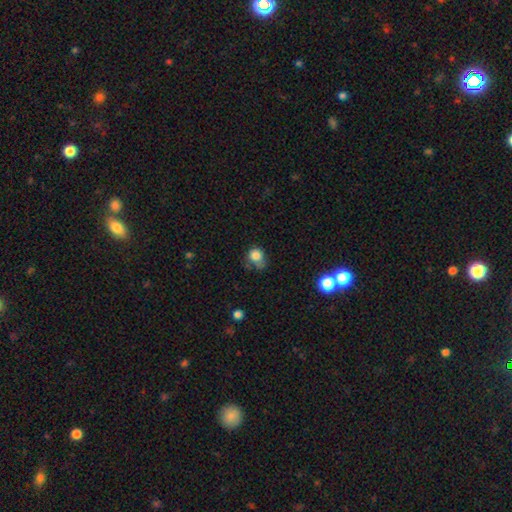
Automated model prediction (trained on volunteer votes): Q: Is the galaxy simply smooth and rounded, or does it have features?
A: smooth — 80%.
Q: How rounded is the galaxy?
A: round — 69%.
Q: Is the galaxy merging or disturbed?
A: none — 39%.